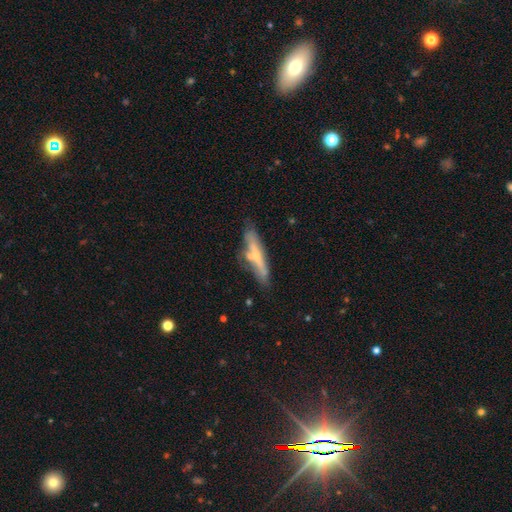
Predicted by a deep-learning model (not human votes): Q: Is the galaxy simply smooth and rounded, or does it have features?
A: featured or disk — 48%.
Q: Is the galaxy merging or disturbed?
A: none — 62%.